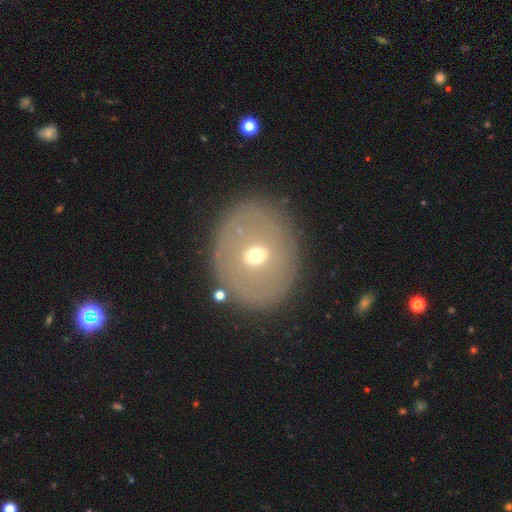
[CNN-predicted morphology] Overall: featured or disk (46%; smooth 45%). Merging: none (81%).